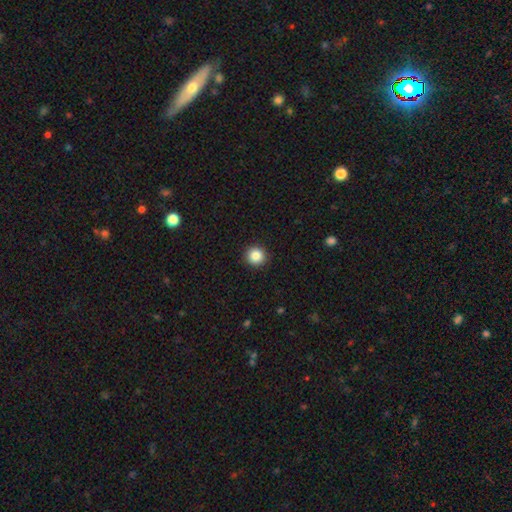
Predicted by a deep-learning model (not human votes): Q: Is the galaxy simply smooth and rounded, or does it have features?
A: smooth — 86%.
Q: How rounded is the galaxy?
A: round — 95%.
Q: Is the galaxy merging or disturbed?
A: none — 93%.